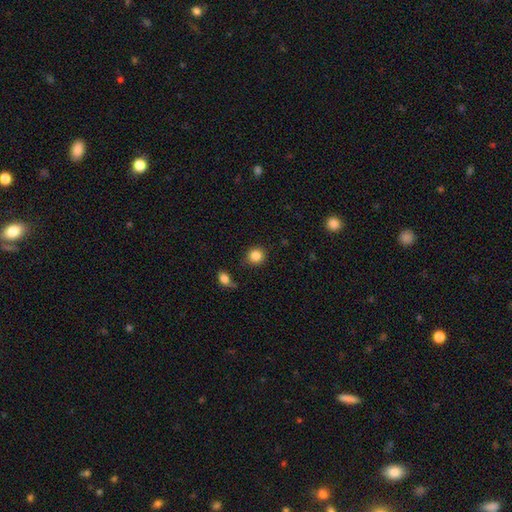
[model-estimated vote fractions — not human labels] smooth-or-featured: smooth: 86% | star or artifact: 10% | featured or disk: 4%
  how-rounded: round: 89% | in between: 10% | cigar-shaped: 1%
  merging: none: 85% | minor disturbance: 9% | major disturbance: 3% | merger: 3%